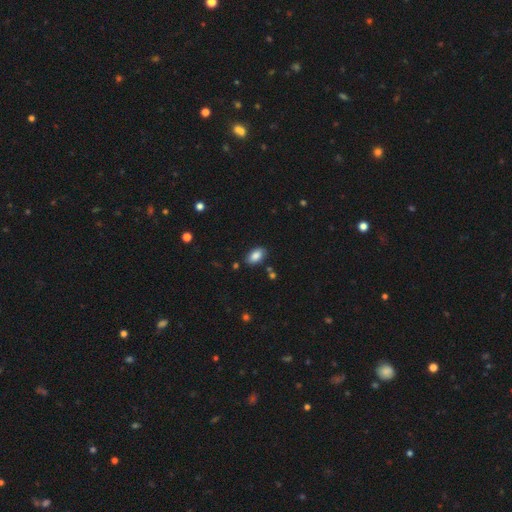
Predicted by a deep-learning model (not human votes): smooth-or-featured: smooth: 85% | star or artifact: 8% | featured or disk: 7%
  how-rounded: in between: 93% | round: 5% | cigar-shaped: 2%
  merging: none: 84% | minor disturbance: 11% | merger: 3% | major disturbance: 3%